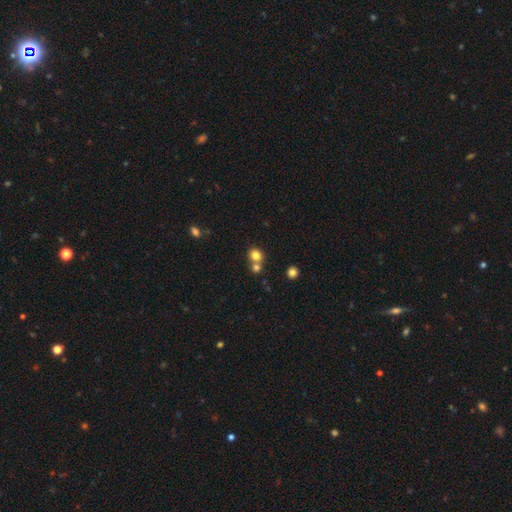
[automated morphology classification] The model was most divided on "merging": none: 52%, merger: 39%, minor disturbance: 7%, major disturbance: 3%. More confident: how rounded — round (82%); smooth or featured — smooth (79%).